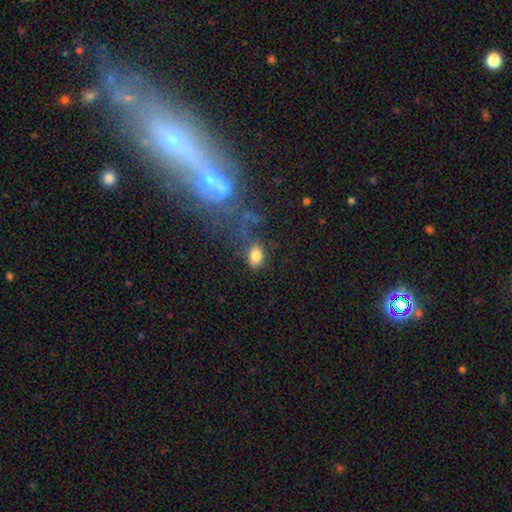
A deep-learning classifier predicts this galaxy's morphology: A smooth galaxy with no disk features (82%) that is in between round and cigar-shaped (75%).

Vote fractions:
- Smooth or featured? smooth: 82% / star or artifact: 10% / featured or disk: 8%
- How rounded? in between: 75% / round: 23% / cigar-shaped: 2%
- Merging? none: 67% / minor disturbance: 17% / major disturbance: 8% / merger: 7%